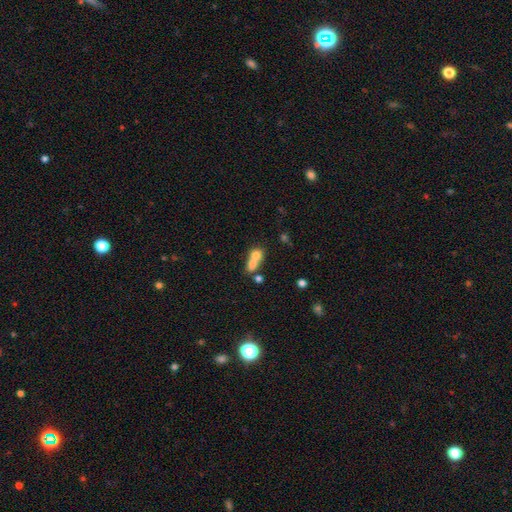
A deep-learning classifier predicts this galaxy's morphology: Smooth or featured? Predicted: smooth (p=0.69). How rounded? Predicted: round (p=0.49). Merging? Predicted: merger (p=0.69).